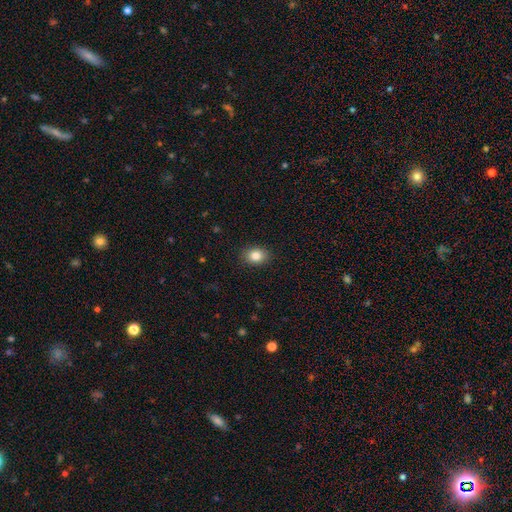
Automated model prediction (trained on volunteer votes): This appears to be a smooth galaxy with no disk features (85%) that is in between round and cigar-shaped (59%). Merging: none (88%).